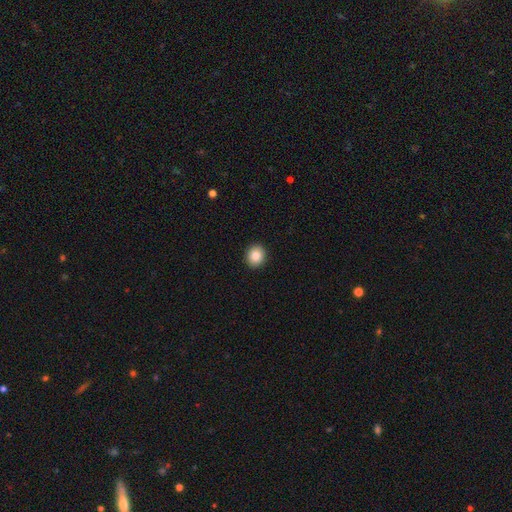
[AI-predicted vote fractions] Smooth or featured?
  - smooth: 86% *
  - star or artifact: 9%
  - featured or disk: 6%
How rounded?
  - round: 79% *
  - in between: 20%
  - cigar-shaped: 1%
Merging?
  - none: 92% *
  - minor disturbance: 5%
  - major disturbance: 2%
  - merger: 1%